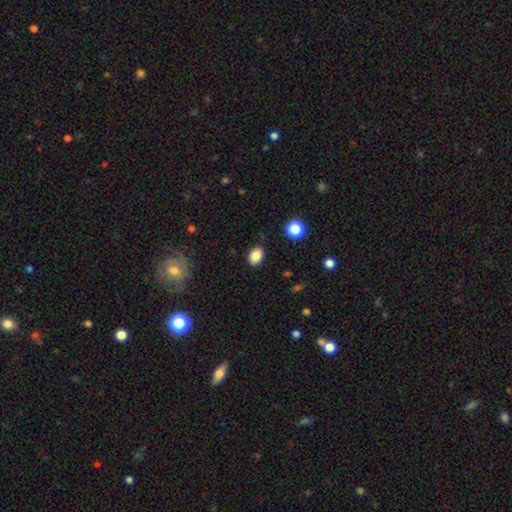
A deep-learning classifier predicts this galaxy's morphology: The model was most divided on "how rounded": in between: 78%, round: 21%, cigar-shaped: 1%. More confident: smooth or featured — smooth (85%); merging — none (85%).